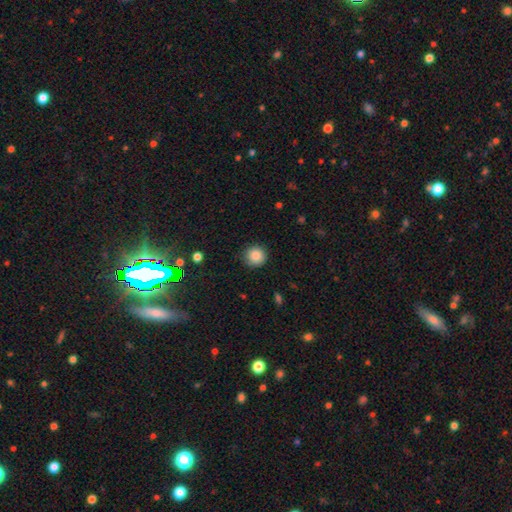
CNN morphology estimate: Smooth or featured? smooth (86%)
How rounded? round (94%)
Merging? none (87%)